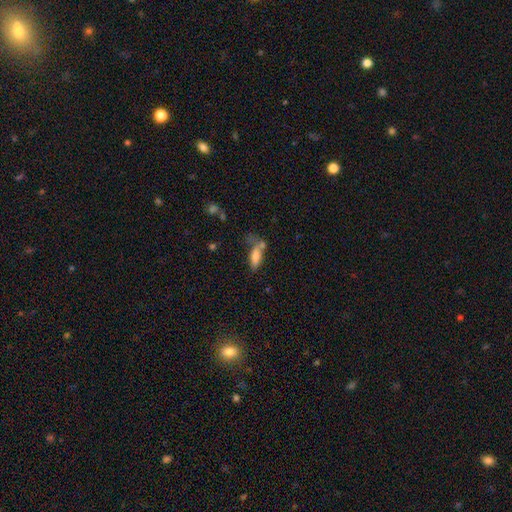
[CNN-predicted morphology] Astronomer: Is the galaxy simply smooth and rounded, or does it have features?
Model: smooth — 74%.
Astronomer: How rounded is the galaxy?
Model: in between — 64%.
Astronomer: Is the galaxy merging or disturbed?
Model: none — 39% (runner-up: merger, 25%).